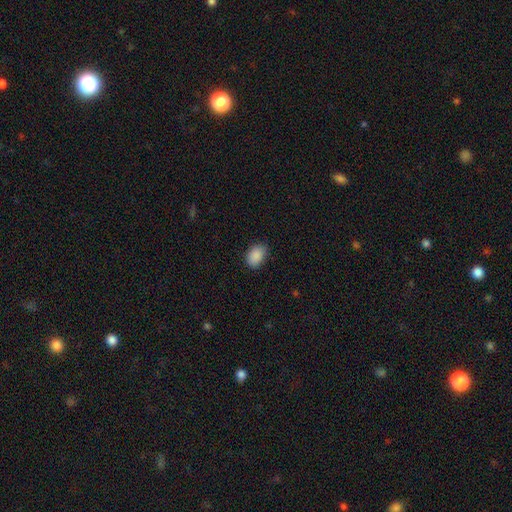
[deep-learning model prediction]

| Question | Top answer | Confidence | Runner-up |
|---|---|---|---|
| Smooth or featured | smooth | 89% | star or artifact (8%) |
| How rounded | in between | 80% | round (19%) |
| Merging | none | 80% | minor disturbance (16%) |